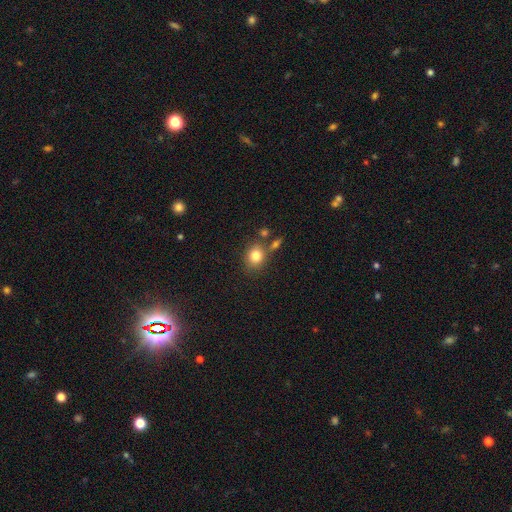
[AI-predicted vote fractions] A smooth galaxy with no disk features (81%) that is round (64%).

Vote fractions:
- Smooth or featured? smooth: 81% / star or artifact: 11% / featured or disk: 9%
- How rounded? round: 64% / in between: 35% / cigar-shaped: 1%
- Merging? none: 68% / merger: 15% / minor disturbance: 13% / major disturbance: 5%